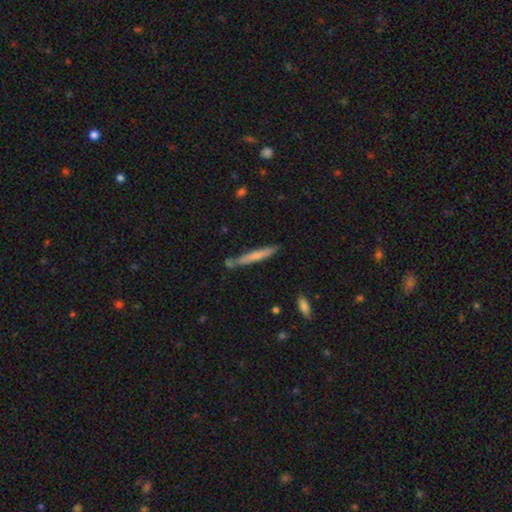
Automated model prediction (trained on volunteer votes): Smooth or featured?
  - smooth: 61% *
  - featured or disk: 33%
  - star or artifact: 6%
How rounded?
  - cigar-shaped: 95% *
  - in between: 4%
  - round: 1%
Merging?
  - none: 75% *
  - minor disturbance: 15%
  - merger: 8%
  - major disturbance: 3%